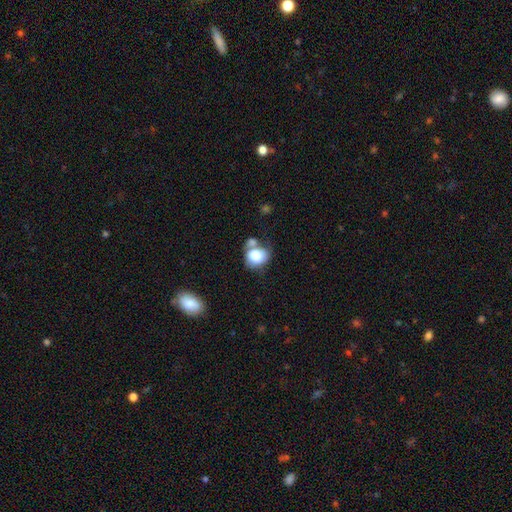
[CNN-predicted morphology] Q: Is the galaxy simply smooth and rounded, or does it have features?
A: smooth — 78%.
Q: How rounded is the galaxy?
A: round — 54%.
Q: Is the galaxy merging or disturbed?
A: merger — 41%.